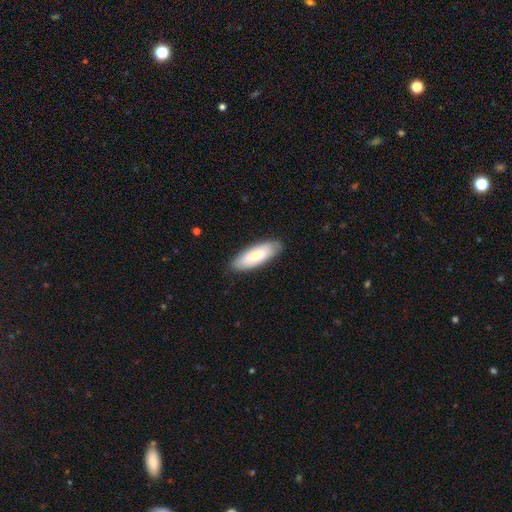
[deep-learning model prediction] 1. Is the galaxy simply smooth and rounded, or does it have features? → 63% smooth, 31% featured or disk, 5% star or artifact.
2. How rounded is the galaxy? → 68% in between, 30% cigar-shaped, 2% round.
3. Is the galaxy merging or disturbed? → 85% none, 11% minor disturbance, 2% major disturbance, 1% merger.